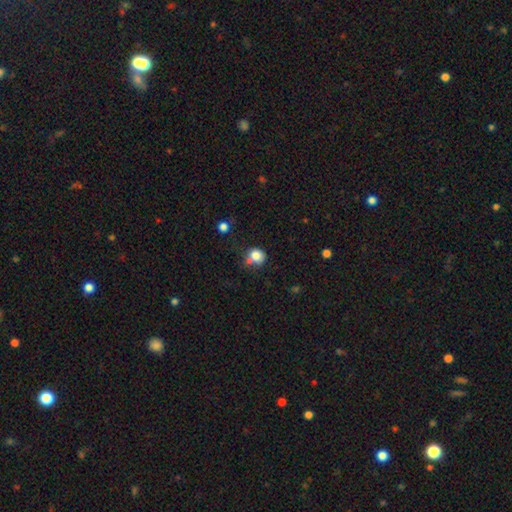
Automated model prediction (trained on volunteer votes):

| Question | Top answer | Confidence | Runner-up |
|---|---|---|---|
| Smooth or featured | smooth | 80% | star or artifact (11%) |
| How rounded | round | 77% | in between (23%) |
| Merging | none | 53% | merger (21%) |